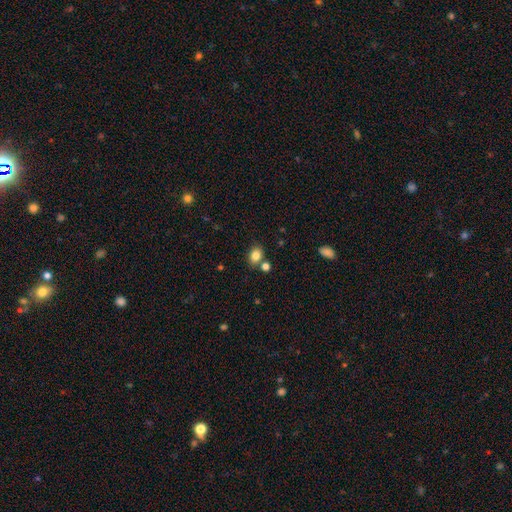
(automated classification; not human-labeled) A smooth galaxy with no disk features (83%) that is in between round and cigar-shaped (64%). Merging: none (70%).